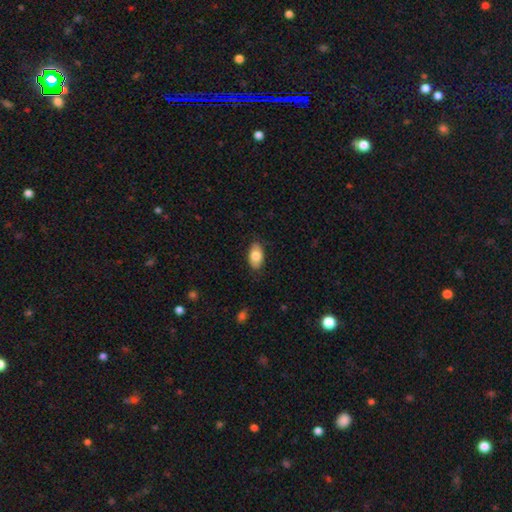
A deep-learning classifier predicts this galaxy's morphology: A smooth galaxy with no disk features (81%) that is in between round and cigar-shaped (93%).

Vote fractions:
- Smooth or featured? smooth: 81% / featured or disk: 12% / star or artifact: 7%
- How rounded? in between: 93% / round: 5% / cigar-shaped: 2%
- Merging? none: 85% / minor disturbance: 12% / major disturbance: 2% / merger: 1%